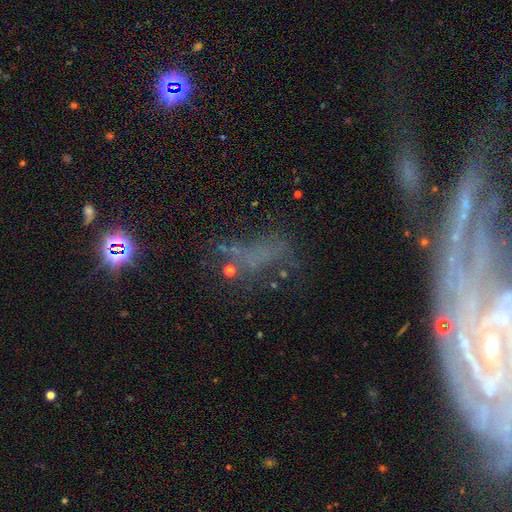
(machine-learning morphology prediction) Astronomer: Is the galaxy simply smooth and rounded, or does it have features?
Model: featured or disk — 38% (runner-up: star or artifact, 36%).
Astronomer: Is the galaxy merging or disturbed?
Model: none — 48%.